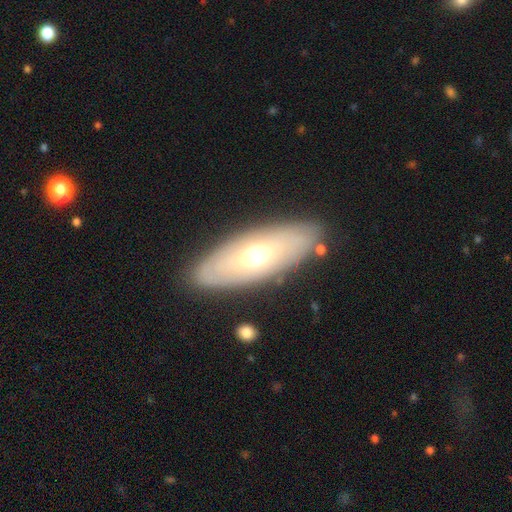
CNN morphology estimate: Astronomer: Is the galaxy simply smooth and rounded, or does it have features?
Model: featured or disk — 48% (runner-up: smooth, 46%).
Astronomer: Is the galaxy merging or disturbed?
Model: none — 85%.